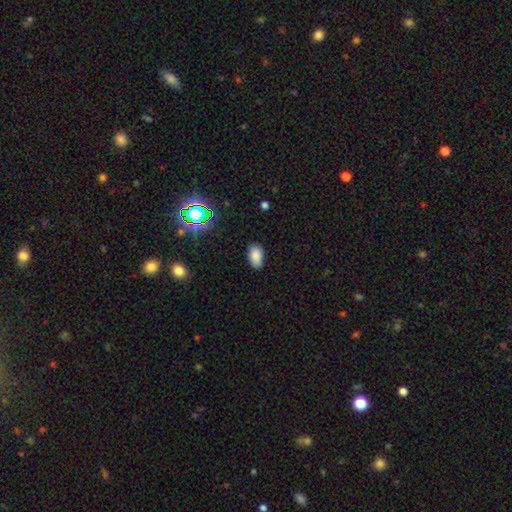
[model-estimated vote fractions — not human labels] Q: Smooth or featured?
A: smooth (83%); runner-up: star or artifact (12%)
Q: How rounded?
A: in between (92%); runner-up: round (6%)
Q: Merging?
A: none (82%); runner-up: minor disturbance (14%)